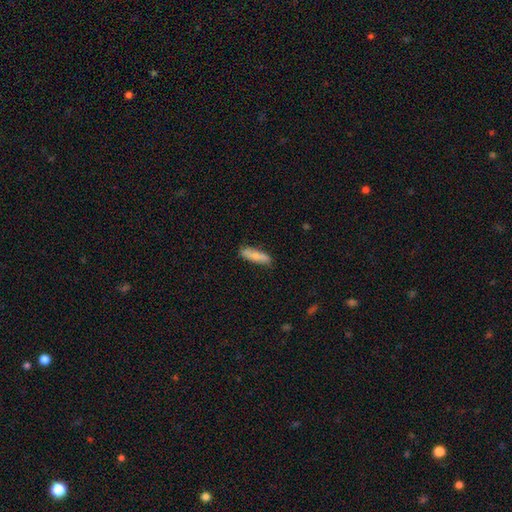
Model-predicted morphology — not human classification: Q: Smooth or featured?
A: smooth (78%); runner-up: featured or disk (16%)
Q: How rounded?
A: cigar-shaped (55%); runner-up: in between (43%)
Q: Merging?
A: none (79%); runner-up: minor disturbance (17%)